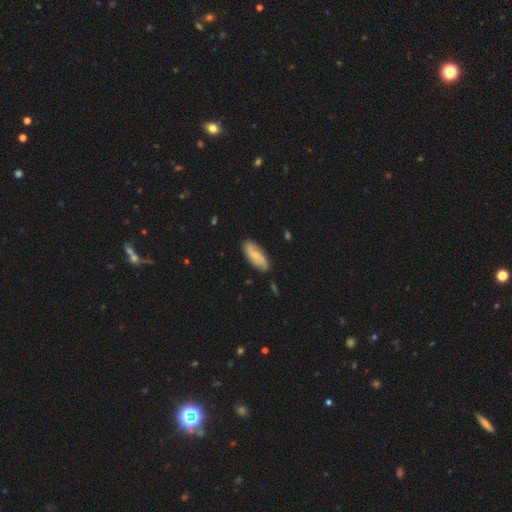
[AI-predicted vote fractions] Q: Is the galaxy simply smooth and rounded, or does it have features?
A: featured or disk — 62%.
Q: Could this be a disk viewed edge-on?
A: no — 92%.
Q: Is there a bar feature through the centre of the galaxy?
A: no — 58%.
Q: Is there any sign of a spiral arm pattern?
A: yes — 92%.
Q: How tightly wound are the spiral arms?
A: medium — 42%.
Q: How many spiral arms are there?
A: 2 — 69%.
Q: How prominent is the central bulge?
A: small — 59%.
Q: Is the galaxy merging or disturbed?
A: none — 82%.